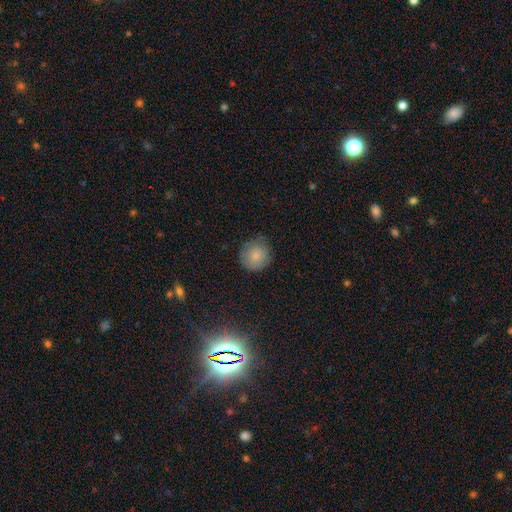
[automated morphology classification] type=smooth (78%); roundness=round (89%); merging=none (71%).